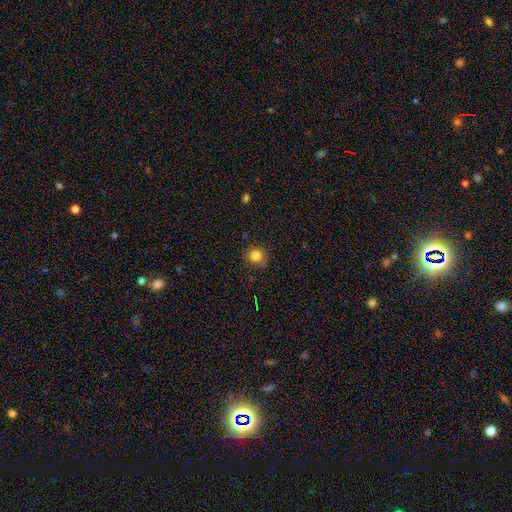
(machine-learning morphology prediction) The model was most divided on "merging": none: 77%, minor disturbance: 17%, major disturbance: 3%, merger: 2%. More confident: how rounded — round (85%); smooth or featured — smooth (82%).